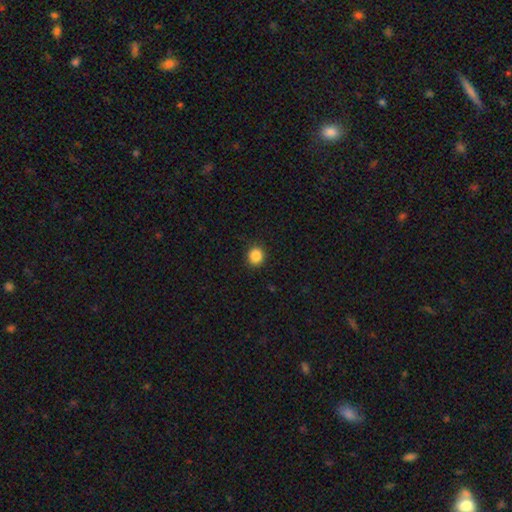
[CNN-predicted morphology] Smooth or featured: smooth — 87% (star or artifact — 10%)
How rounded: round — 85% (in between — 14%)
Merging: none — 91% (minor disturbance — 6%)